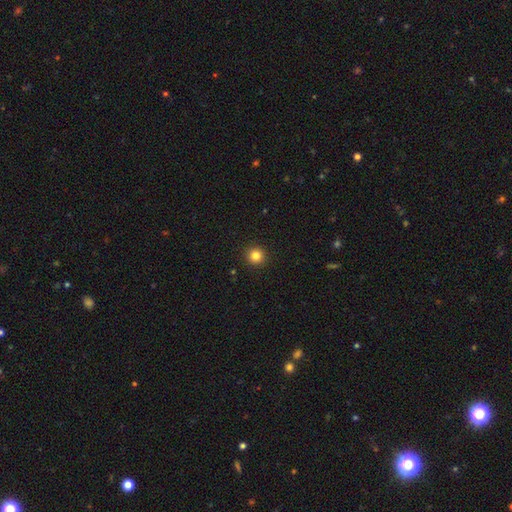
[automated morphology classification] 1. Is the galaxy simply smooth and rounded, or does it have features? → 83% smooth, 12% star or artifact, 5% featured or disk.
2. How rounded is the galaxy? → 95% round, 4% in between, 1% cigar-shaped.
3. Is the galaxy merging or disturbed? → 93% none, 4% minor disturbance, 2% major disturbance, 1% merger.